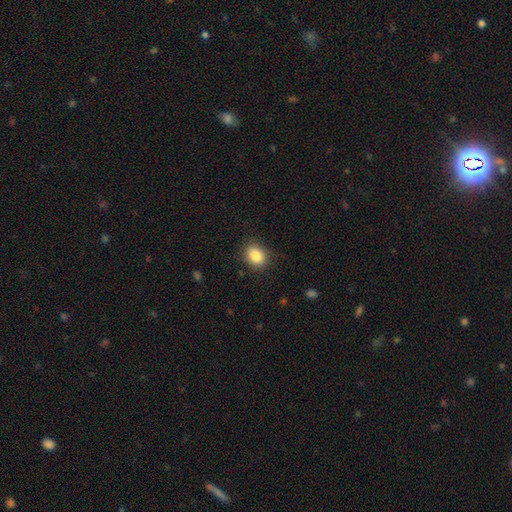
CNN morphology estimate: Smooth or featured: smooth — 86% (star or artifact — 9%)
How rounded: in between — 58% (round — 41%)
Merging: none — 86% (minor disturbance — 10%)